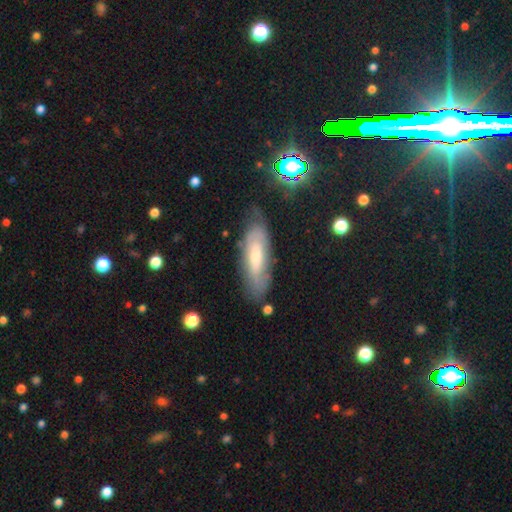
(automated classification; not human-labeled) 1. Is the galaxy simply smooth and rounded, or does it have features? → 47% featured or disk, 44% smooth, 9% star or artifact.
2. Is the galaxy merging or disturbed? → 70% none, 21% minor disturbance, 6% major disturbance, 2% merger.